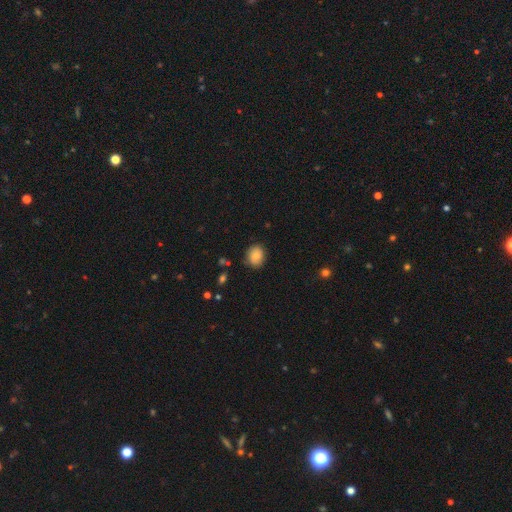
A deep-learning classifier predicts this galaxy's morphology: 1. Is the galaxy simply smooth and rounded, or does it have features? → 77% smooth, 14% featured or disk, 9% star or artifact.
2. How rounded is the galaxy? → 68% round, 31% in between, 1% cigar-shaped.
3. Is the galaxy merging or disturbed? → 80% none, 15% minor disturbance, 3% major disturbance, 2% merger.